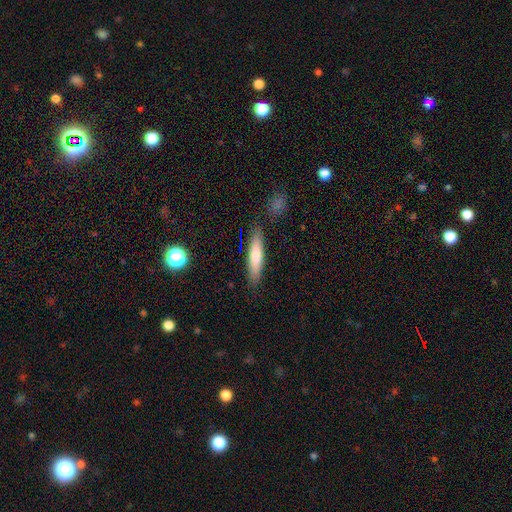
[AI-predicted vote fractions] smooth 73%, featured or disk 21%, star or artifact 6%. Down the decision tree: how rounded — cigar-shaped (78%); merging — none (86%).